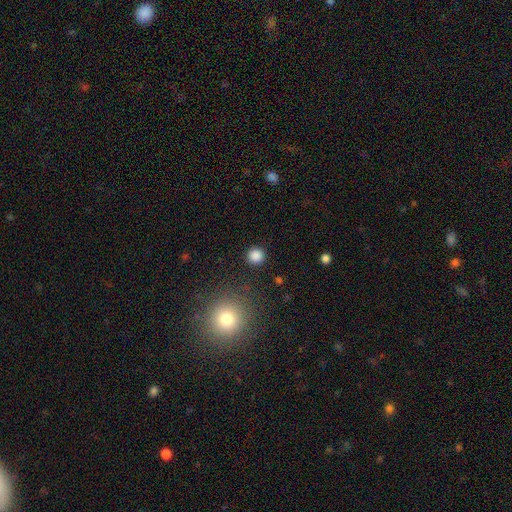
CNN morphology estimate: smooth 85%, star or artifact 12%, featured or disk 3%. Down the decision tree: how rounded — round (93%); merging — none (90%).